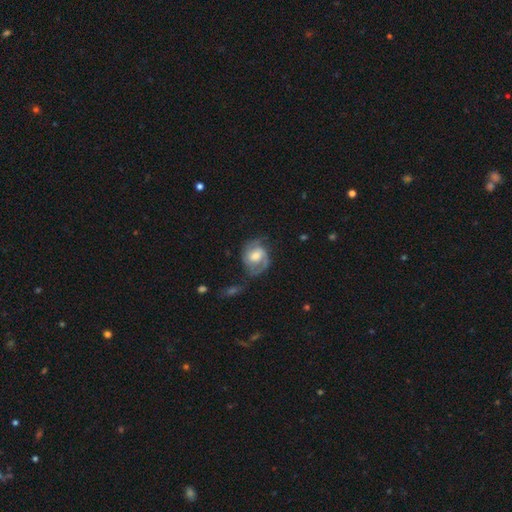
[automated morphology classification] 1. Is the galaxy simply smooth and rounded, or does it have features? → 76% featured or disk, 18% smooth, 6% star or artifact.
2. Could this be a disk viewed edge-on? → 97% no, 3% yes.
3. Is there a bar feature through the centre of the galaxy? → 45% weak, 42% no, 13% strong.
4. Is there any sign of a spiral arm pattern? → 93% yes, 7% no.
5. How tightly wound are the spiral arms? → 47% medium, 34% tight, 19% loose.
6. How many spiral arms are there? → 80% 2, 8% 1, 8% can't tell, 2% 3, 1% 4, 1% more than 4.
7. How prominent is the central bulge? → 54% moderate, 22% large, 18% small, 4% none, 2% dominant.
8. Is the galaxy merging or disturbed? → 56% none, 22% minor disturbance, 17% major disturbance, 4% merger.